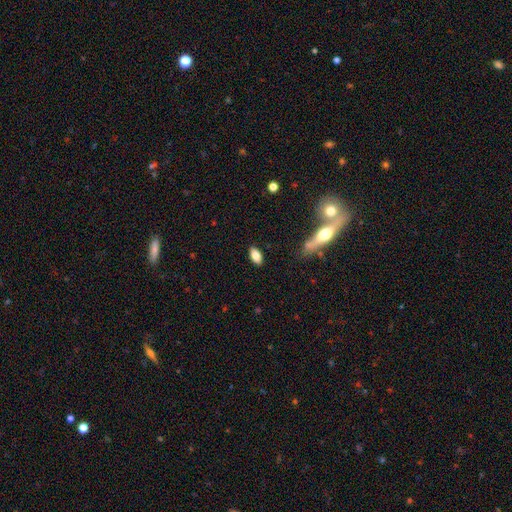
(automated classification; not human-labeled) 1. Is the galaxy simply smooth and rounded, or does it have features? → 79% smooth, 14% featured or disk, 7% star or artifact.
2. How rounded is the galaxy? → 89% in between, 8% cigar-shaped, 3% round.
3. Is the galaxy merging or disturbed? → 87% none, 9% minor disturbance, 3% major disturbance, 2% merger.